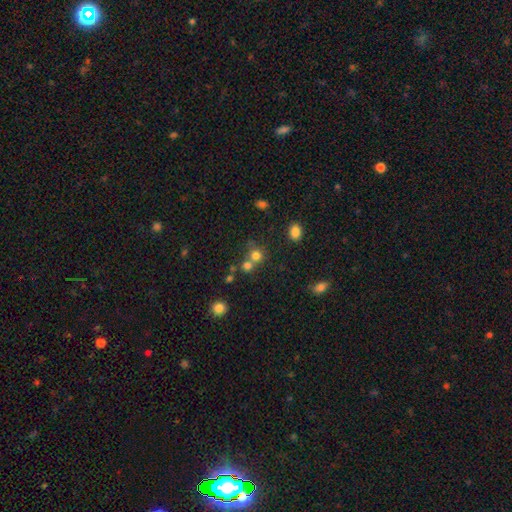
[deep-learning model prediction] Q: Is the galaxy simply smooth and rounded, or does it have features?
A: smooth — 74%.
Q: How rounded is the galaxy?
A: round — 86%.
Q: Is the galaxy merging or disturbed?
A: none — 48%.